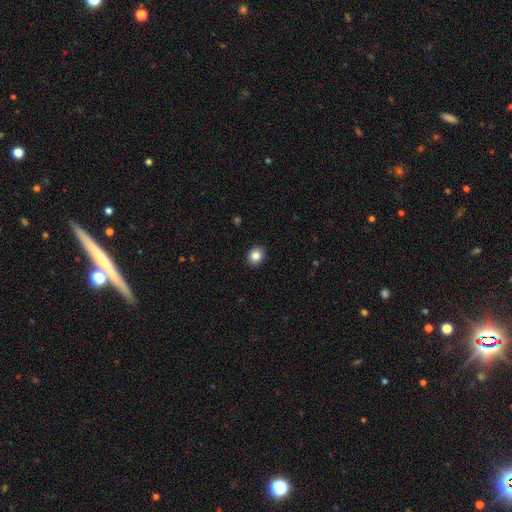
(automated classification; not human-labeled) Q: Smooth or featured?
A: smooth (85%); runner-up: star or artifact (9%)
Q: How rounded?
A: round (67%); runner-up: in between (33%)
Q: Merging?
A: none (91%); runner-up: minor disturbance (6%)